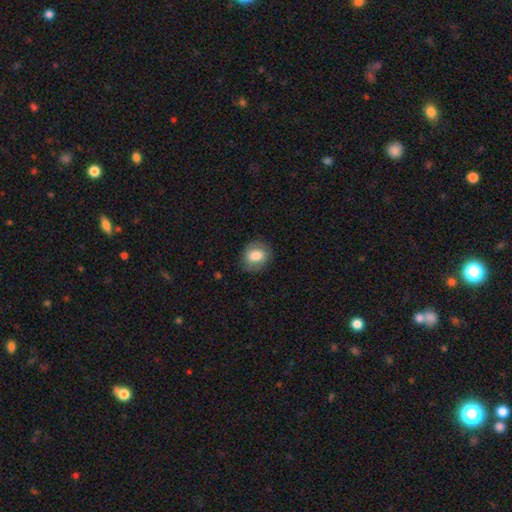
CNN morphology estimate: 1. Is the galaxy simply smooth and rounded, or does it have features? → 78% smooth, 14% featured or disk, 8% star or artifact.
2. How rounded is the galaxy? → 64% round, 35% in between, 1% cigar-shaped.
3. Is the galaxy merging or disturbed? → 83% none, 13% minor disturbance, 4% major disturbance, 1% merger.